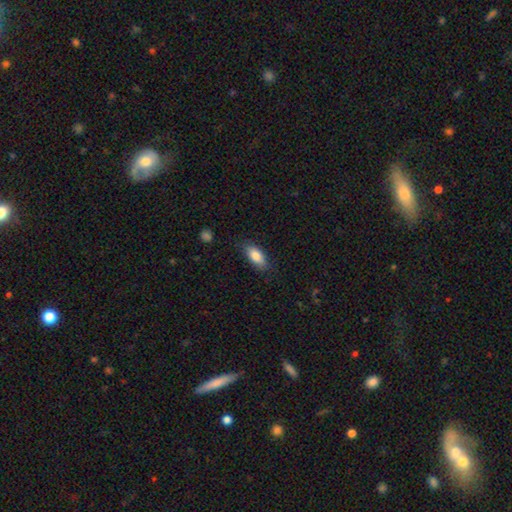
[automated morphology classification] Smooth or featured?
  - smooth: 83% *
  - featured or disk: 10%
  - star or artifact: 7%
How rounded?
  - in between: 85% *
  - cigar-shaped: 12%
  - round: 3%
Merging?
  - none: 81% *
  - minor disturbance: 15%
  - major disturbance: 3%
  - merger: 1%